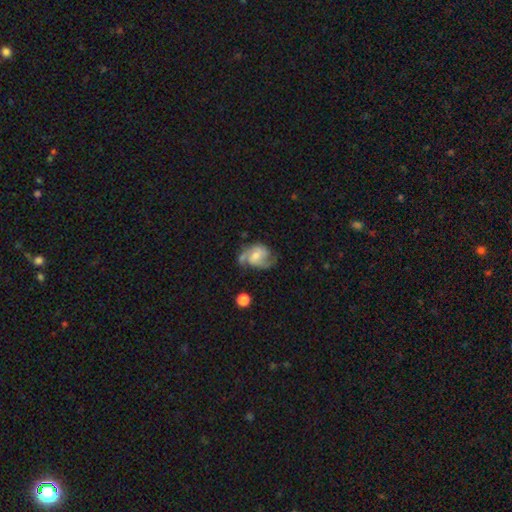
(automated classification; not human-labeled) Morphology: type=featured or disk (67%); edge-on=no (97%); bar=no (56%); spiral arms=yes (87%); winding=medium (47%); arm count=2 (67%); bulge=moderate (46%); merging=none (42%).